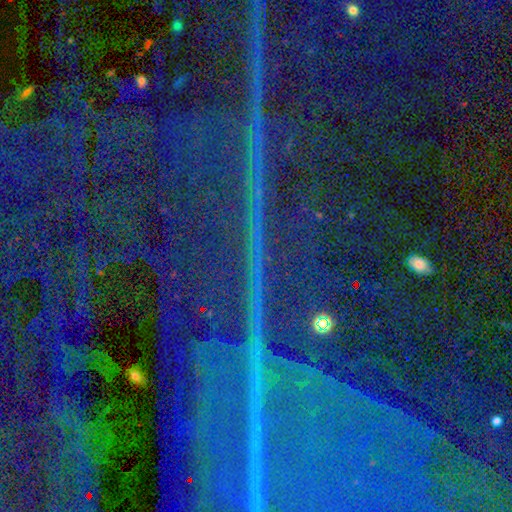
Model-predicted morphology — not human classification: Q: Smooth or featured?
A: star or artifact (89%); runner-up: featured or disk (7%)